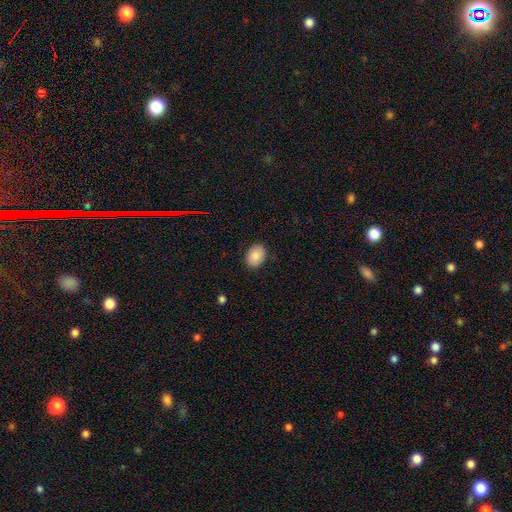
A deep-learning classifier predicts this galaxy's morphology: smooth-or-featured: smooth: 85% | star or artifact: 8% | featured or disk: 7%
  how-rounded: in between: 72% | round: 27% | cigar-shaped: 1%
  merging: none: 88% | minor disturbance: 9% | major disturbance: 2% | merger: 1%